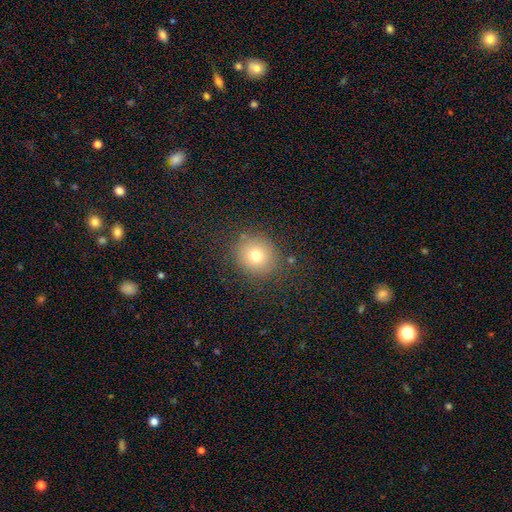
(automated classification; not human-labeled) Smooth or featured? smooth (72%)
How rounded? round (89%)
Merging? none (84%)